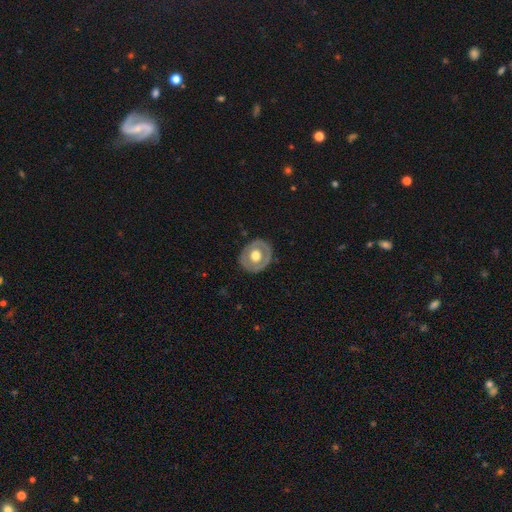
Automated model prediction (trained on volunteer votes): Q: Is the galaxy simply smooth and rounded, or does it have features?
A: featured or disk — 53%.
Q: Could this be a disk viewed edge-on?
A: no — 93%.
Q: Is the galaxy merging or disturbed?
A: none — 83%.